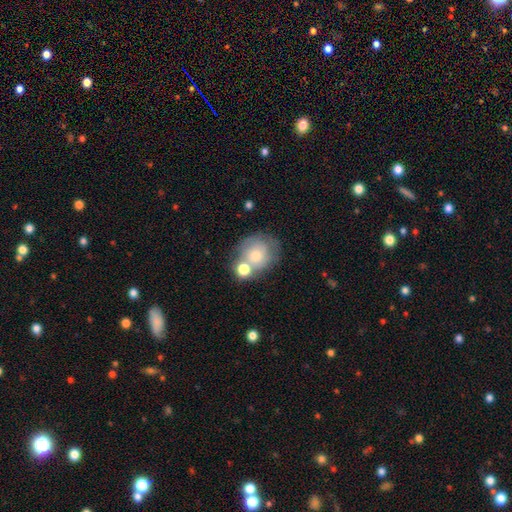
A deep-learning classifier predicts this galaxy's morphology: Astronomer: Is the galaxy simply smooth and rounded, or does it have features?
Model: smooth — 65%.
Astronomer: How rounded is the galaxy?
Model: round — 70%.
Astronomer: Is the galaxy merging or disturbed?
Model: none — 41% (runner-up: merger, 35%).